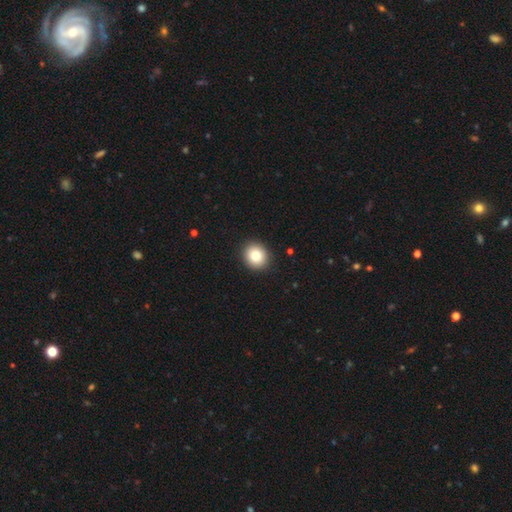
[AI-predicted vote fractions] Smooth or featured: smooth — 81% (star or artifact — 10%)
How rounded: round — 84% (in between — 16%)
Merging: none — 92% (minor disturbance — 5%)